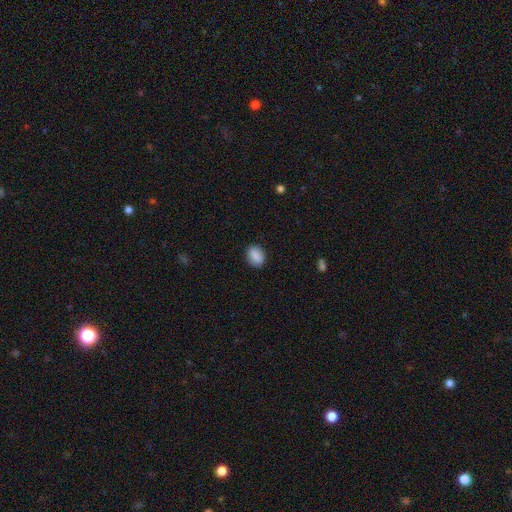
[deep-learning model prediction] This is clearly a smooth galaxy (85%). How rounded: likely in between (69%). Merging: clearly none (87%).